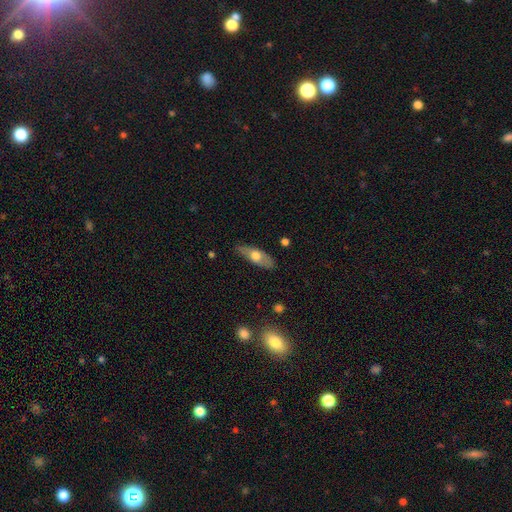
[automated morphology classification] Q: Smooth or featured?
A: smooth (56%); runner-up: featured or disk (38%)
Q: How rounded?
A: in between (66%); runner-up: cigar-shaped (31%)
Q: Merging?
A: none (81%); runner-up: minor disturbance (15%)